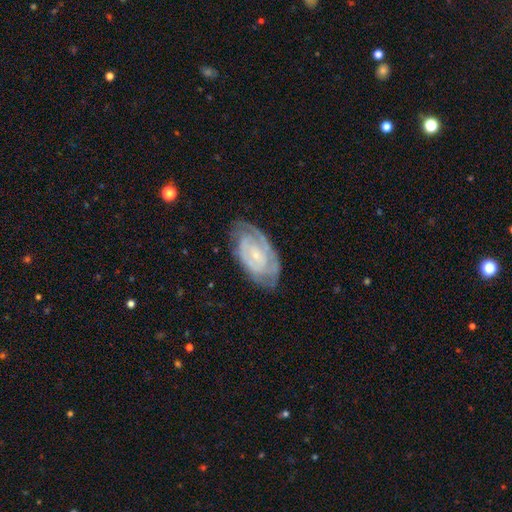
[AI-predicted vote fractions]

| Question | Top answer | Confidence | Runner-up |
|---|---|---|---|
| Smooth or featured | featured or disk | 82% | smooth (13%) |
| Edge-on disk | no | 95% | yes (5%) |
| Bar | no | 53% | weak (36%) |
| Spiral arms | yes | 93% | no (7%) |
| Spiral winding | tight | 67% | medium (27%) |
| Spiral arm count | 2 | 44% | can't tell (32%) |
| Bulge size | small | 77% | moderate (16%) |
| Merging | none | 71% | minor disturbance (20%) |